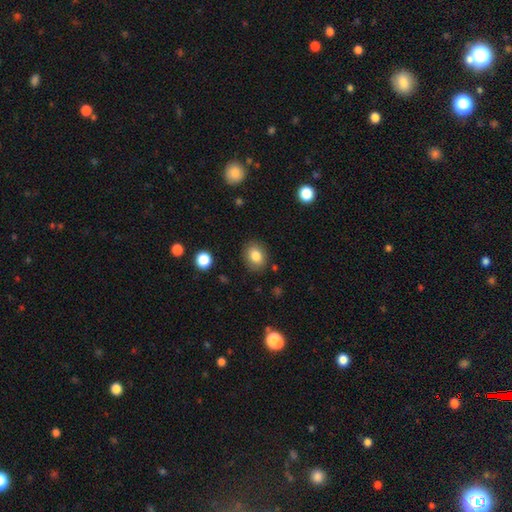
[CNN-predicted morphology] smooth 83%, star or artifact 9%, featured or disk 8%. Down the decision tree: how rounded — in between (53%); merging — none (86%).